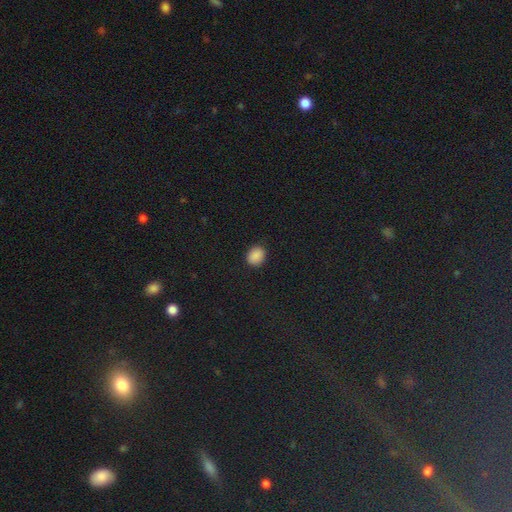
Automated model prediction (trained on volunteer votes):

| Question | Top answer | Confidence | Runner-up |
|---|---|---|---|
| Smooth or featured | smooth | 88% | star or artifact (9%) |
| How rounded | round | 56% | in between (43%) |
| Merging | none | 88% | minor disturbance (9%) |